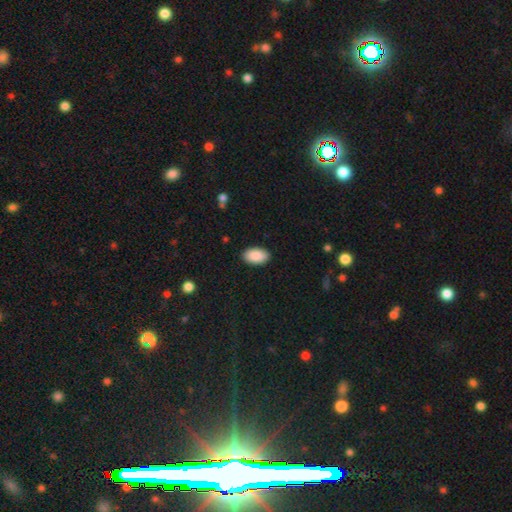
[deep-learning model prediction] Q: Smooth or featured?
A: smooth (91%); runner-up: star or artifact (6%)
Q: How rounded?
A: in between (95%); runner-up: round (3%)
Q: Merging?
A: none (90%); runner-up: minor disturbance (8%)